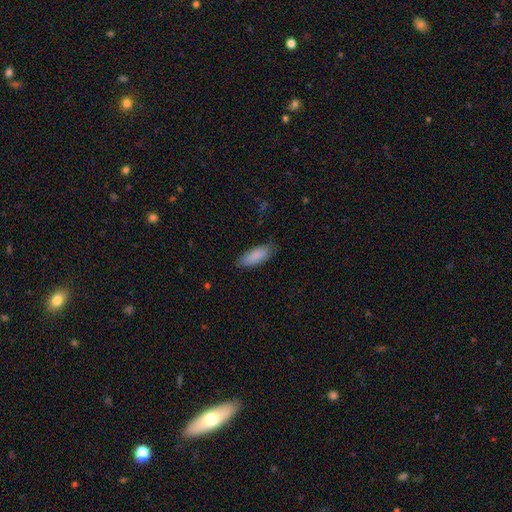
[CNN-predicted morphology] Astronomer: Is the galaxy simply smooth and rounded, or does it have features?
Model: smooth — 87%.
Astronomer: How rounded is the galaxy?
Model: in between — 75%.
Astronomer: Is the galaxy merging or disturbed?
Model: none — 80%.